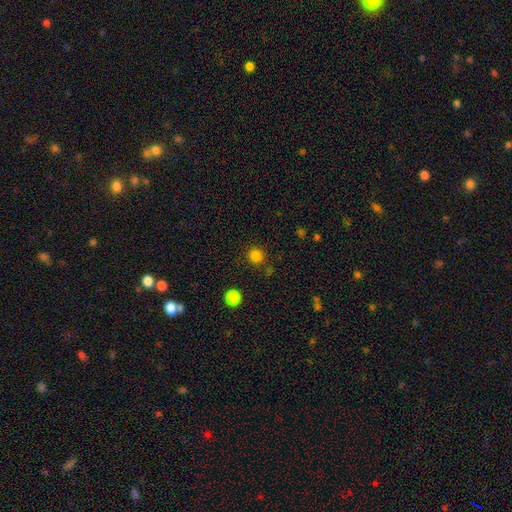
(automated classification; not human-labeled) This appears to be a smooth galaxy with no disk features (82%) that is round (92%). Merging: none (87%).